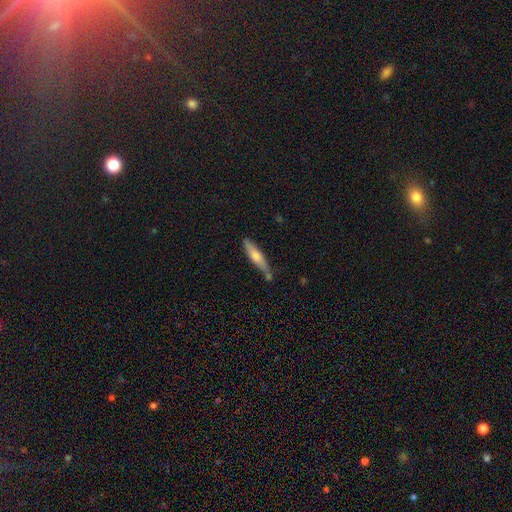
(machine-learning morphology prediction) Q: Smooth or featured?
A: smooth (57%); runner-up: featured or disk (37%)
Q: How rounded?
A: cigar-shaped (85%); runner-up: in between (13%)
Q: Merging?
A: none (71%); runner-up: minor disturbance (18%)